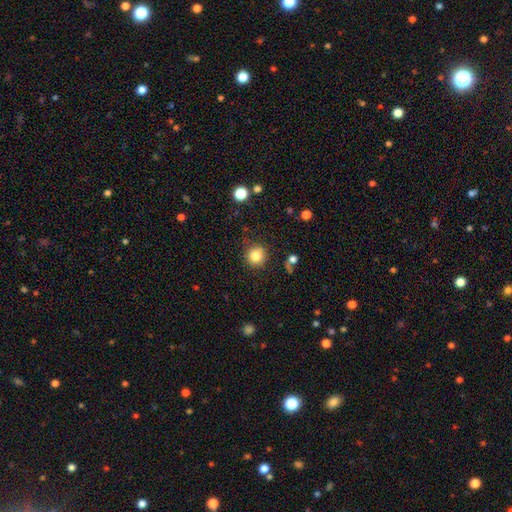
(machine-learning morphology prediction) type=smooth (83%); roundness=round (92%); merging=none (85%).